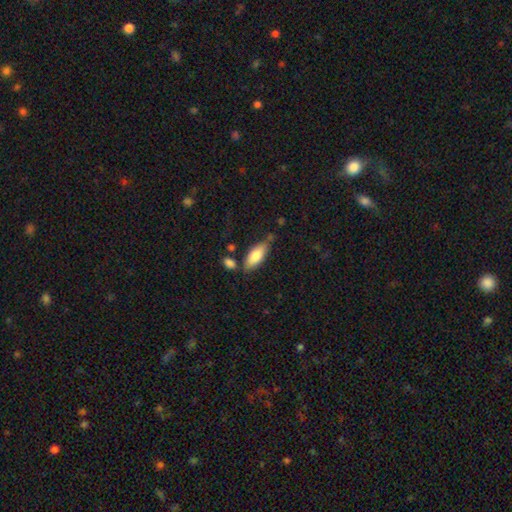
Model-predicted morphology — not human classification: Q: Smooth or featured?
A: smooth (77%); runner-up: featured or disk (17%)
Q: How rounded?
A: in between (80%); runner-up: cigar-shaped (18%)
Q: Merging?
A: none (69%); runner-up: minor disturbance (18%)